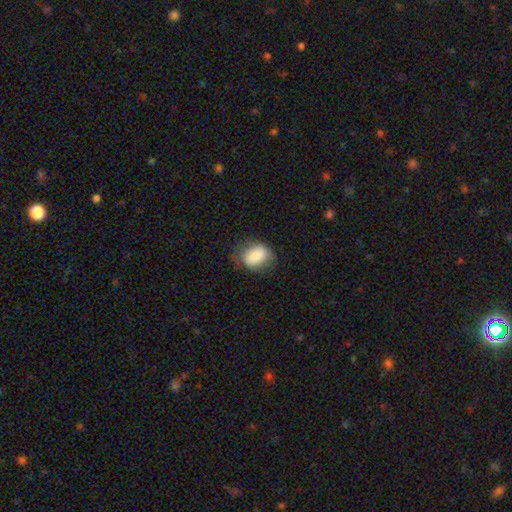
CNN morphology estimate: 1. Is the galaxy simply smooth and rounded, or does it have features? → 82% smooth, 11% featured or disk, 7% star or artifact.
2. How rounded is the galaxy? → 68% in between, 31% round, 1% cigar-shaped.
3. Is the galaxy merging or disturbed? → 62% none, 27% minor disturbance, 10% major disturbance, 1% merger.